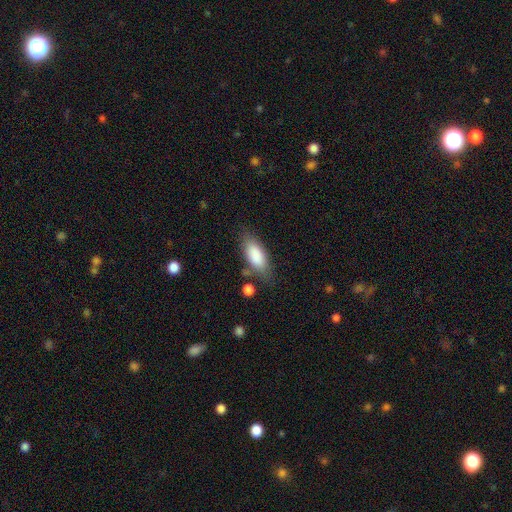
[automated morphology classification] Overall: smooth (84%). How rounded: in between (82%). Merging: none (66%).